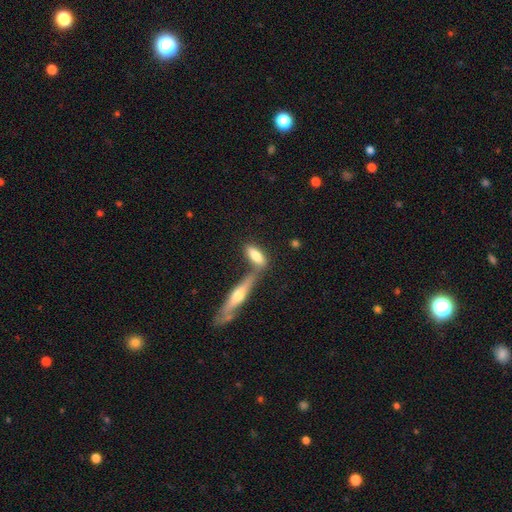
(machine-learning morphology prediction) smooth 71%, featured or disk 22%, star or artifact 7%. Down the decision tree: how rounded — in between (64%); merging — none (50%).